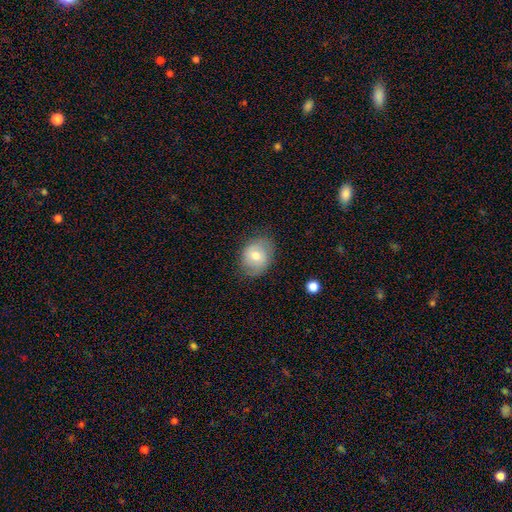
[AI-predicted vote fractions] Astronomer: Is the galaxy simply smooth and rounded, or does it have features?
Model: smooth — 66%.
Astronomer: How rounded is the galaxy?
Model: in between — 51% (runner-up: round, 48%).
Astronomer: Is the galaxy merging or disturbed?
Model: none — 74%.